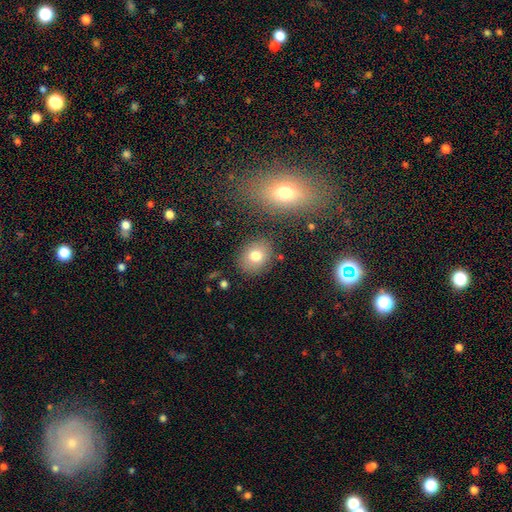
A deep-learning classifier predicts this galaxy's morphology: Q: Smooth or featured?
A: smooth (77%); runner-up: featured or disk (12%)
Q: How rounded?
A: round (55%); runner-up: in between (44%)
Q: Merging?
A: none (84%); runner-up: minor disturbance (9%)